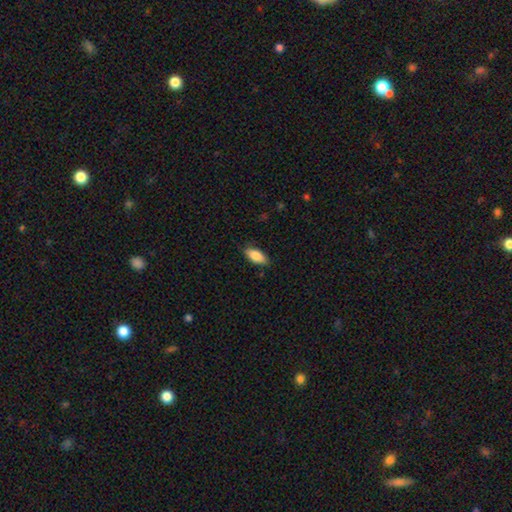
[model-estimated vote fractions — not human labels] This appears to be a smooth galaxy with no disk features (86%) that is in between round and cigar-shaped (88%). Merging: none (83%).